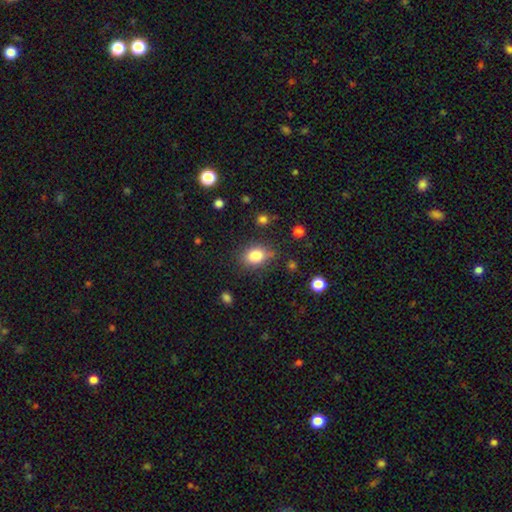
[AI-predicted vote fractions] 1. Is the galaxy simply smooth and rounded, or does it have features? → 82% smooth, 10% star or artifact, 8% featured or disk.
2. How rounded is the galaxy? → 62% in between, 37% round, 1% cigar-shaped.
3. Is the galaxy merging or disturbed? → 76% none, 16% minor disturbance, 5% major disturbance, 3% merger.